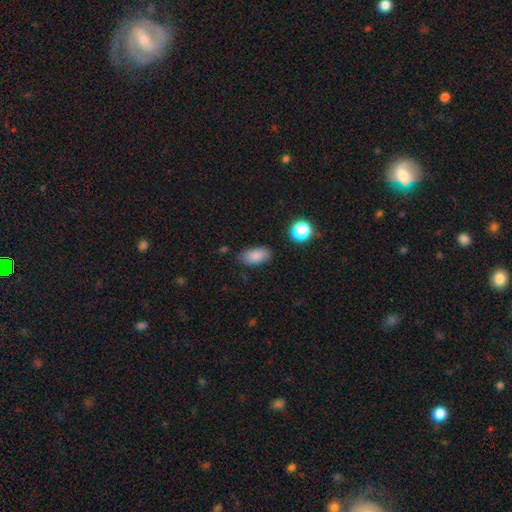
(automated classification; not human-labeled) Q: Smooth or featured?
A: smooth (85%); runner-up: star or artifact (9%)
Q: How rounded?
A: in between (91%); runner-up: round (5%)
Q: Merging?
A: none (82%); runner-up: minor disturbance (13%)